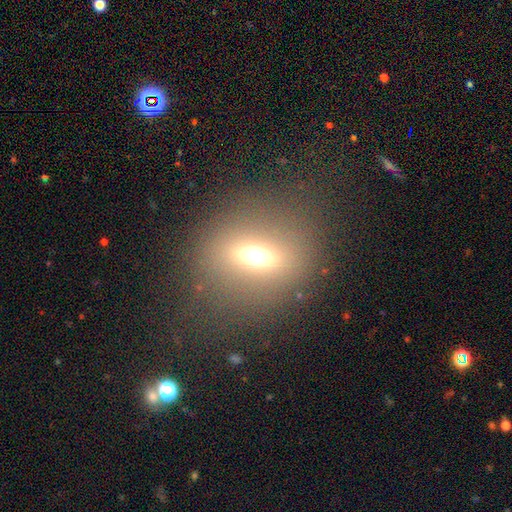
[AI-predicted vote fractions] Smooth or featured: smooth — 53% (featured or disk — 25%)
How rounded: in between — 55% (round — 38%)
Merging: none — 78% (minor disturbance — 10%)